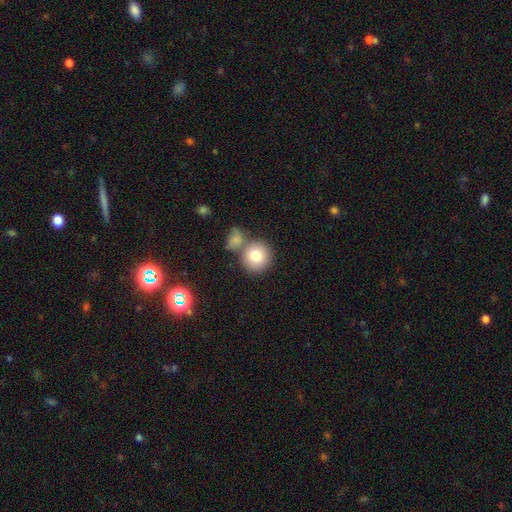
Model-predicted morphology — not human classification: Smooth or featured: smooth — 80% (featured or disk — 11%)
How rounded: round — 89% (in between — 10%)
Merging: none — 61% (merger — 26%)